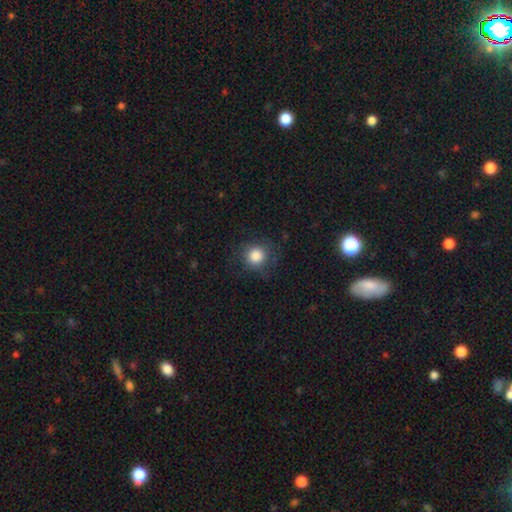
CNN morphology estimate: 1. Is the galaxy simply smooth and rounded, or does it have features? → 85% smooth, 10% star or artifact, 5% featured or disk.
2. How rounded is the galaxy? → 91% round, 8% in between, 1% cigar-shaped.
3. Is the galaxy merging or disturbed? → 81% none, 13% minor disturbance, 5% major disturbance, 1% merger.